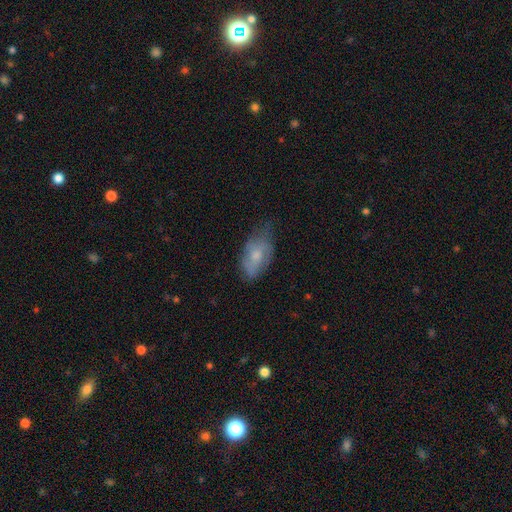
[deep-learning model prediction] Smooth or featured? Predicted: smooth (p=0.58). How rounded? Predicted: in between (p=0.91). Merging? Predicted: none (p=0.49).